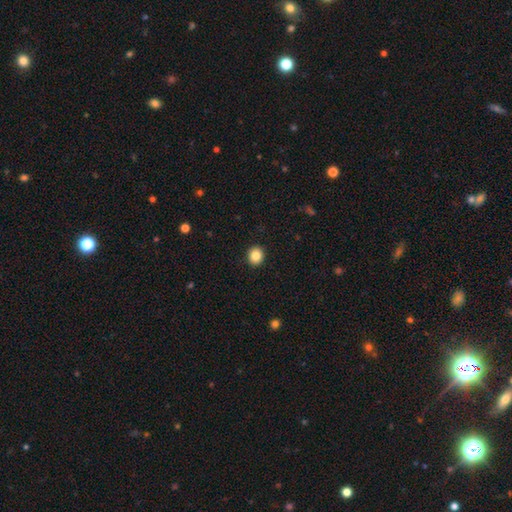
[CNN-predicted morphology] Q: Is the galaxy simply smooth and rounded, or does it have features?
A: smooth — 85%.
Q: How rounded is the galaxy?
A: round — 81%.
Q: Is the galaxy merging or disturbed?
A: none — 92%.